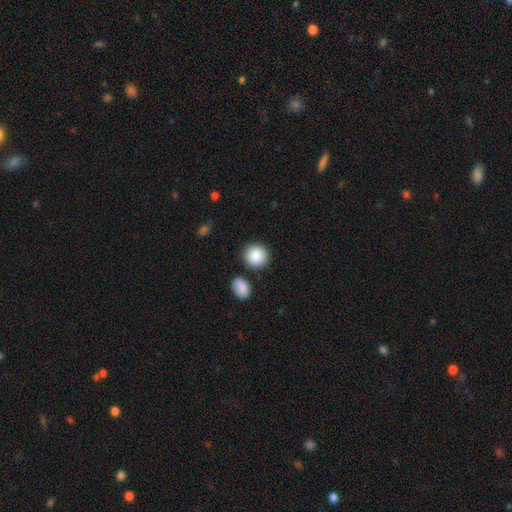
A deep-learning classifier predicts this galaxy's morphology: This is clearly a smooth galaxy (88%). How rounded: clearly round (84%). Merging: clearly none (82%).